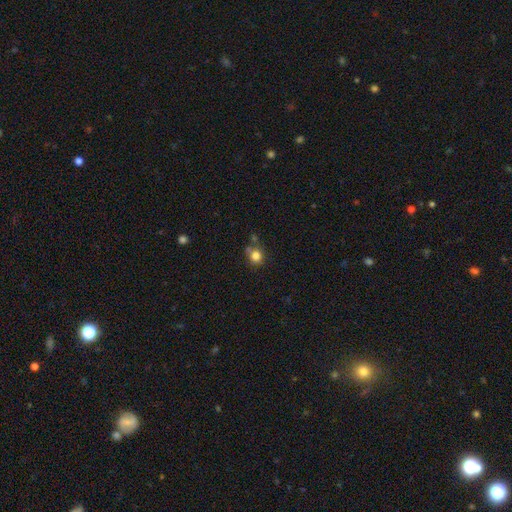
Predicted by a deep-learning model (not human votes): Overall: smooth (81%). How rounded: round (84%). Merging: none (63%).